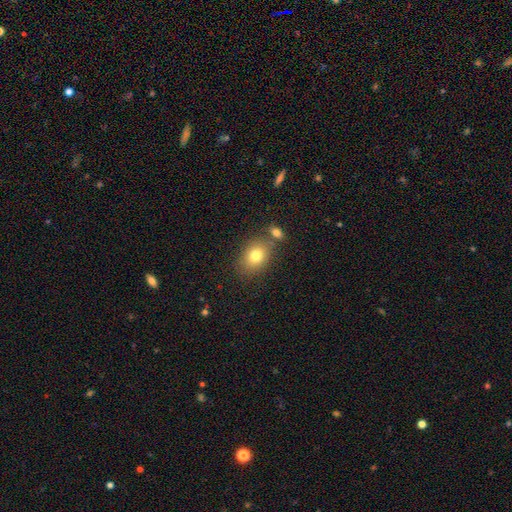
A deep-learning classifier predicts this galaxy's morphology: Q: Smooth or featured?
A: smooth (78%); runner-up: featured or disk (12%)
Q: How rounded?
A: in between (69%); runner-up: round (30%)
Q: Merging?
A: none (70%); runner-up: merger (13%)